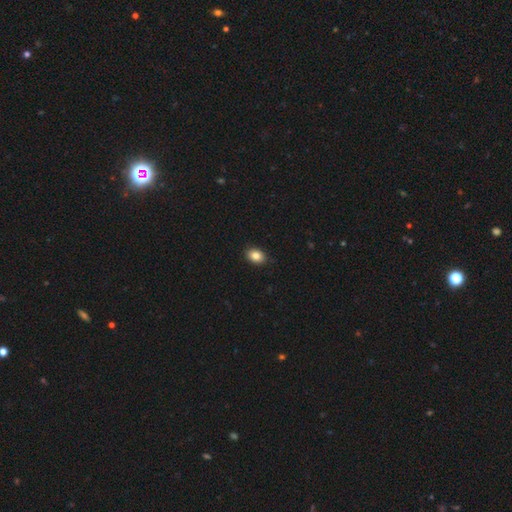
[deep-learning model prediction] Smooth or featured? Predicted: smooth (p=0.86). How rounded? Predicted: in between (p=0.76). Merging? Predicted: none (p=0.89).